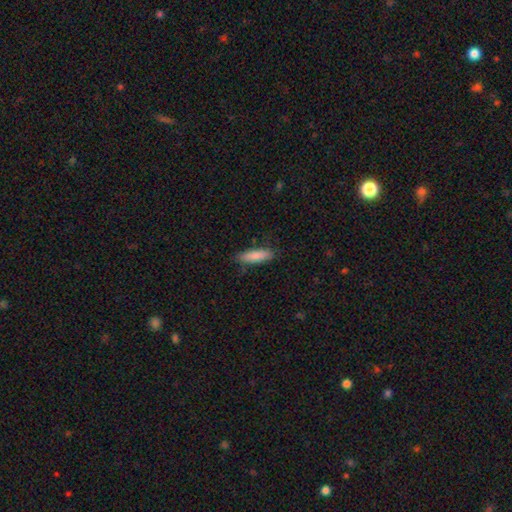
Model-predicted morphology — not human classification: smooth_or_featured: smooth (p=0.86) [alt: featured or disk p=0.08]
how_rounded: cigar-shaped (p=0.58) [alt: in between p=0.41]
merging: none (p=0.82) [alt: minor disturbance p=0.14]